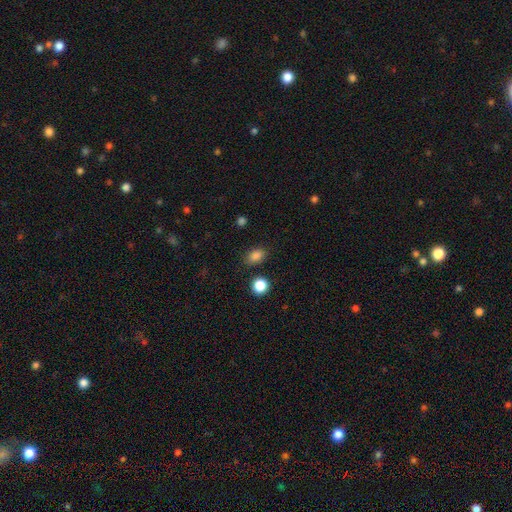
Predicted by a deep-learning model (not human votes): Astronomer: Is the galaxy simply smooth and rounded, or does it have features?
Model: smooth — 85%.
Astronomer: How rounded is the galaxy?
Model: in between — 75%.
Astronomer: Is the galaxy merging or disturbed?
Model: none — 84%.